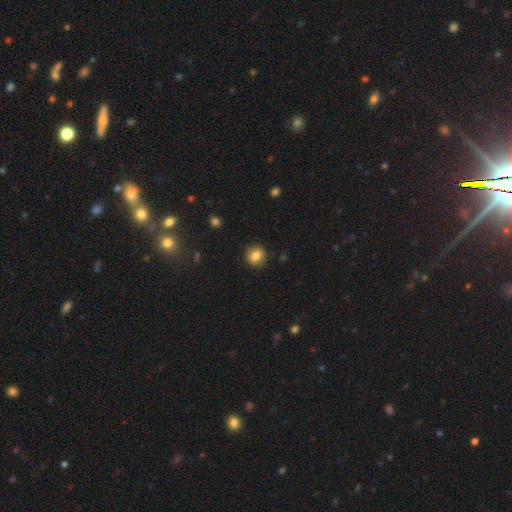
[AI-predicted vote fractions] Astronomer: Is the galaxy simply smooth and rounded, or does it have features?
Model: smooth — 83%.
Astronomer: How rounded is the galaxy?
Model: round — 76%.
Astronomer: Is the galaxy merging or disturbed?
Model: none — 89%.